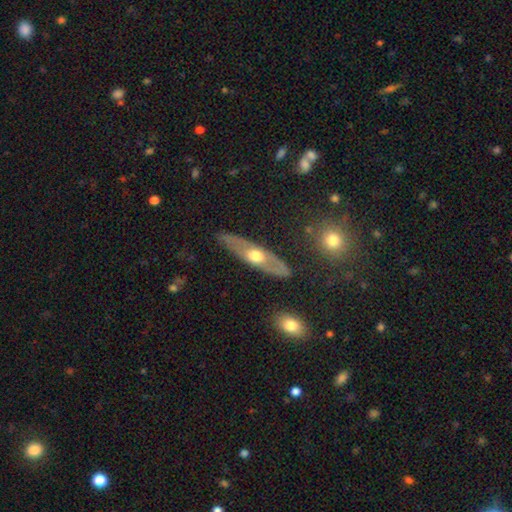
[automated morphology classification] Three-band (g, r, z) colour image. It shows a featured or disk galaxy (66%) viewed edge-on (61%). Merging: none (83%).